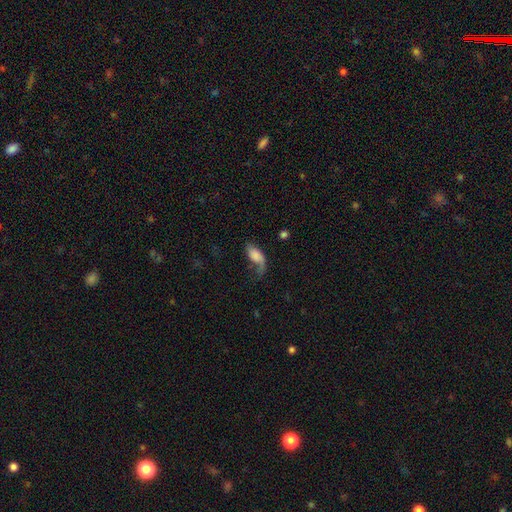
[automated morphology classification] A smooth galaxy with no disk features (62%) that is in between round and cigar-shaped (87%).

Vote fractions:
- Smooth or featured? smooth: 62% / featured or disk: 29% / star or artifact: 9%
- How rounded? in between: 87% / cigar-shaped: 8% / round: 5%
- Merging? major disturbance: 42% / none: 29% / minor disturbance: 24% / merger: 5%